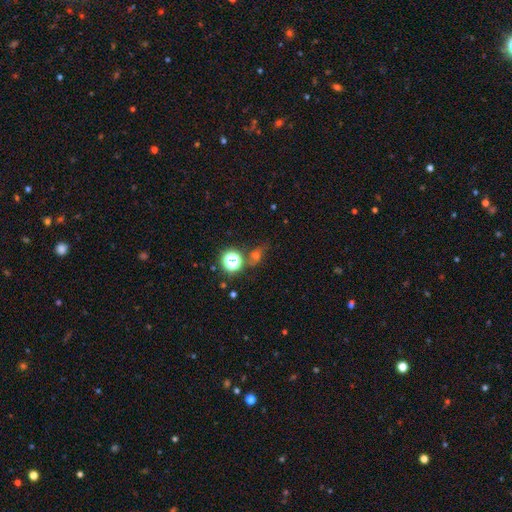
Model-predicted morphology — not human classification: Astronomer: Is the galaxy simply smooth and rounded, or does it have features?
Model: star or artifact — 48% (runner-up: smooth, 38%).